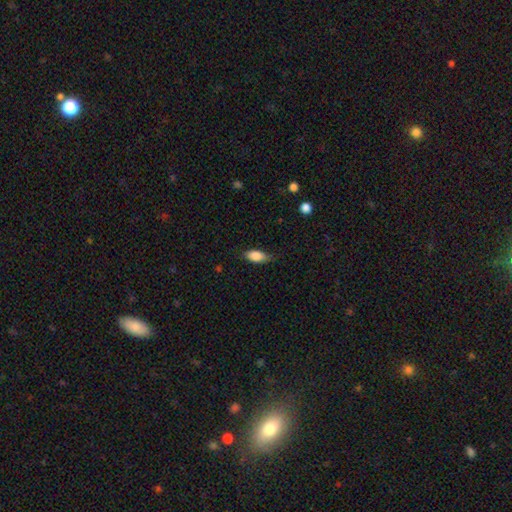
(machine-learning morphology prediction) Smooth or featured?
  - smooth: 86% *
  - star or artifact: 7%
  - featured or disk: 7%
How rounded?
  - in between: 86% *
  - cigar-shaped: 10%
  - round: 3%
Merging?
  - none: 70% *
  - minor disturbance: 24%
  - major disturbance: 5%
  - merger: 1%